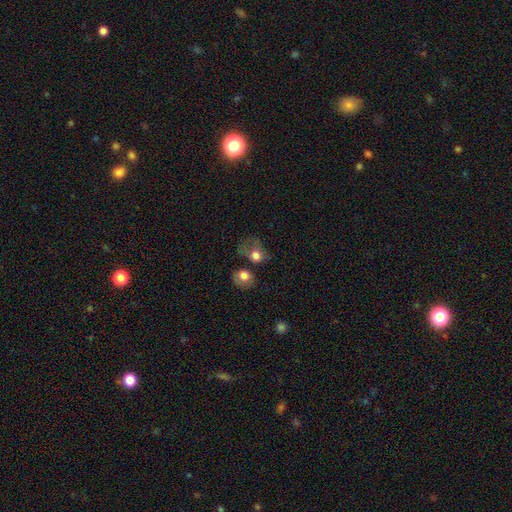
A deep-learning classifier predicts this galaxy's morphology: The model was most divided on "merging": none: 31%, merger: 26%, major disturbance: 23%, minor disturbance: 21%. More confident: smooth or featured — smooth (72%); how rounded — round (53%).